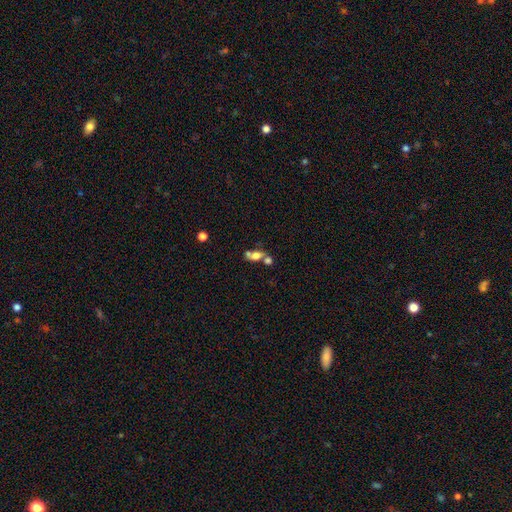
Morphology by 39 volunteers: type=featured or disk (51%); edge-on=no (70%); bar=no (71%); spiral arms=yes (50%, tied with no); winding=loose (86%); arm count=2 (86%); bulge=large (43%); merging=merger (49%).